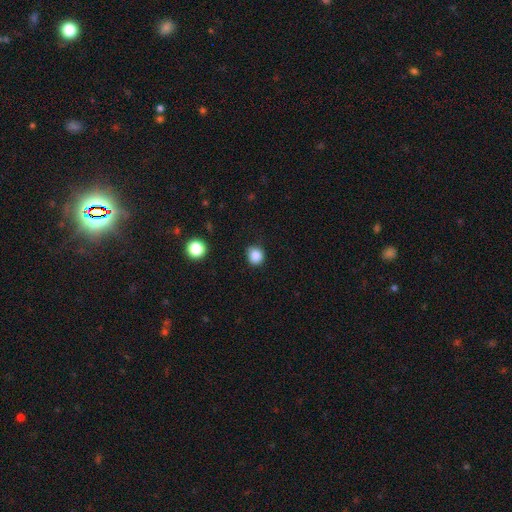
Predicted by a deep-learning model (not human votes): The model was most divided on "merging": none: 83%, minor disturbance: 13%, major disturbance: 3%, merger: 1%. More confident: how rounded — round (86%); smooth or featured — smooth (84%).